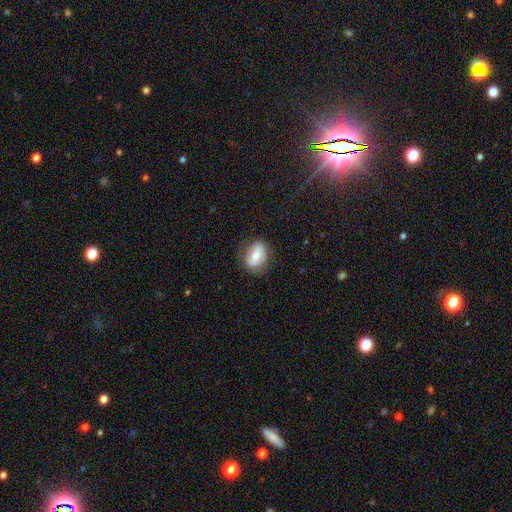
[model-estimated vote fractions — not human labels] smooth 59%, featured or disk 33%, star or artifact 8%. Down the decision tree: how rounded — in between (71%); merging — none (72%).